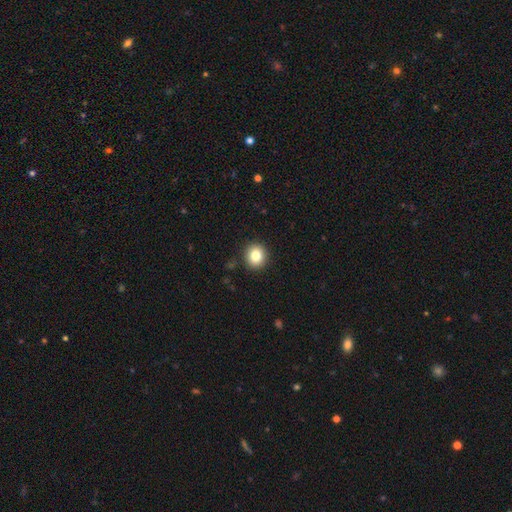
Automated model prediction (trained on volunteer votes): This is clearly a smooth galaxy (82%). How rounded: clearly round (85%). Merging: clearly none (91%).